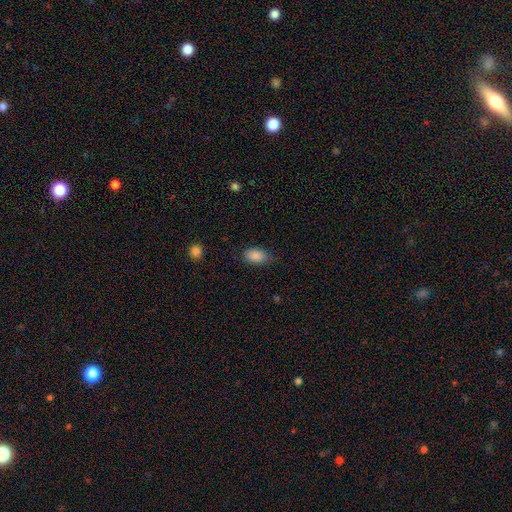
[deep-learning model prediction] Smooth or featured? Predicted: smooth (p=0.87). How rounded? Predicted: in between (p=0.89). Merging? Predicted: none (p=0.74).